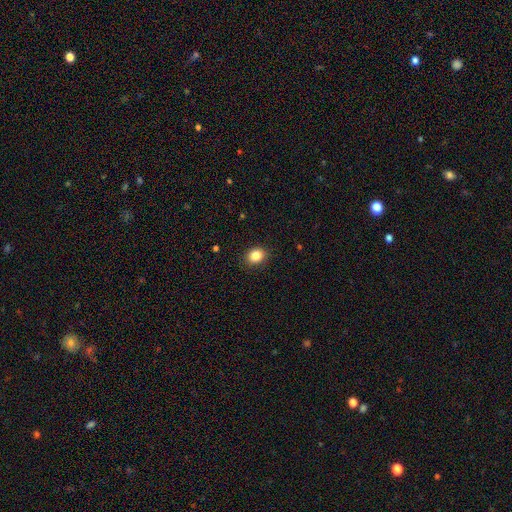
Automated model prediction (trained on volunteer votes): The model was most divided on "how rounded": round: 53%, in between: 46%, cigar-shaped: 1%. More confident: merging — none (89%); smooth or featured — smooth (85%).